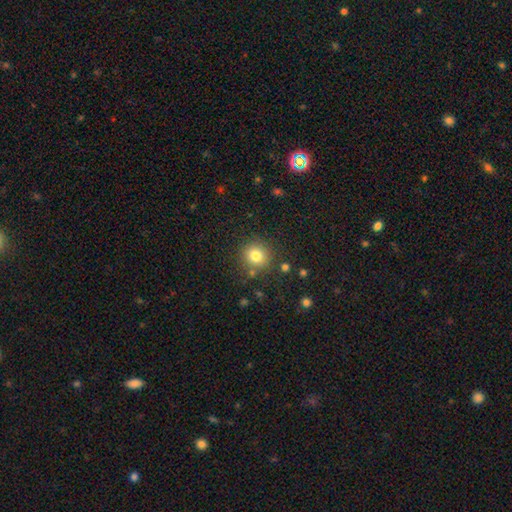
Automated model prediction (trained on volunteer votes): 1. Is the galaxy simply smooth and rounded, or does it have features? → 80% smooth, 12% star or artifact, 7% featured or disk.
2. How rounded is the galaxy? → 90% round, 9% in between, 1% cigar-shaped.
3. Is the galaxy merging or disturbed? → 84% none, 9% minor disturbance, 4% merger, 3% major disturbance.